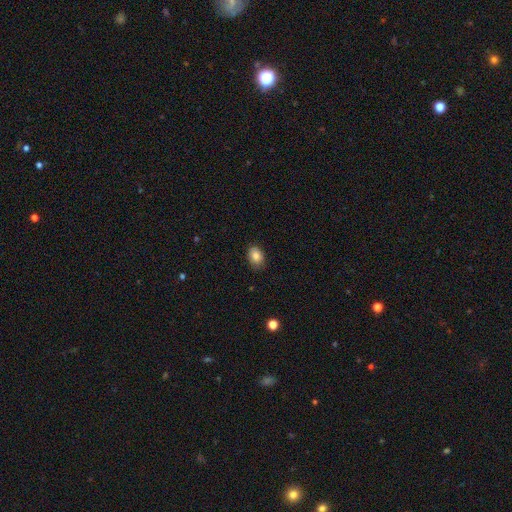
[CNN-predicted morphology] Smooth or featured: smooth — 85% (star or artifact — 8%)
How rounded: in between — 75% (round — 24%)
Merging: none — 85% (minor disturbance — 12%)